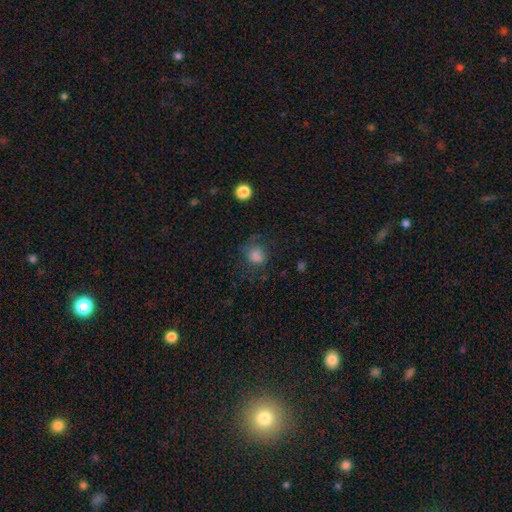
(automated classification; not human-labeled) Smooth or featured? smooth (75%)
How rounded? round (72%)
Merging? none (57%)